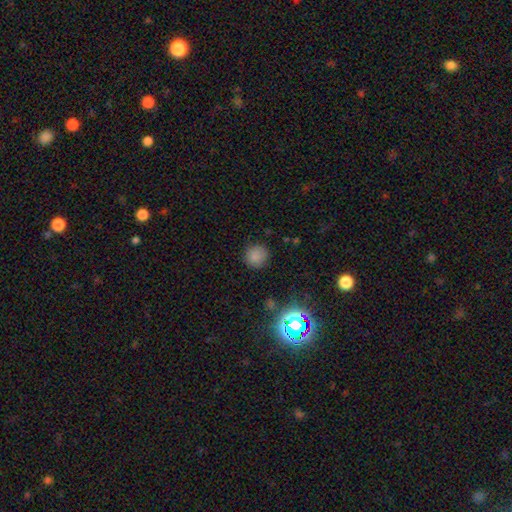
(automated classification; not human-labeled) Q: Smooth or featured?
A: smooth (81%); runner-up: star or artifact (15%)
Q: How rounded?
A: round (91%); runner-up: in between (8%)
Q: Merging?
A: none (87%); runner-up: minor disturbance (9%)